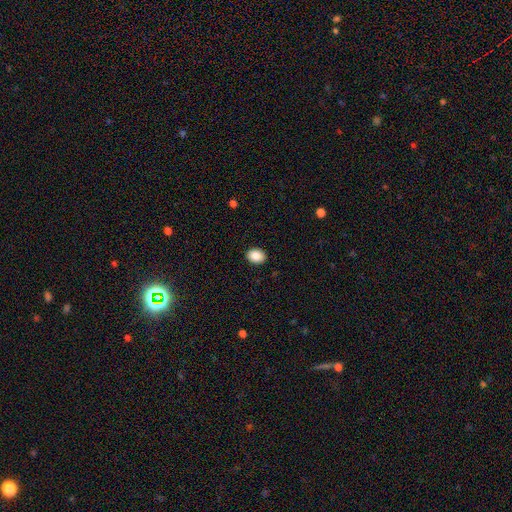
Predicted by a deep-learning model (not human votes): smooth-or-featured: smooth: 87% | star or artifact: 8% | featured or disk: 5%
  how-rounded: in between: 65% | round: 34% | cigar-shaped: 1%
  merging: none: 91% | minor disturbance: 7% | major disturbance: 2% | merger: 1%